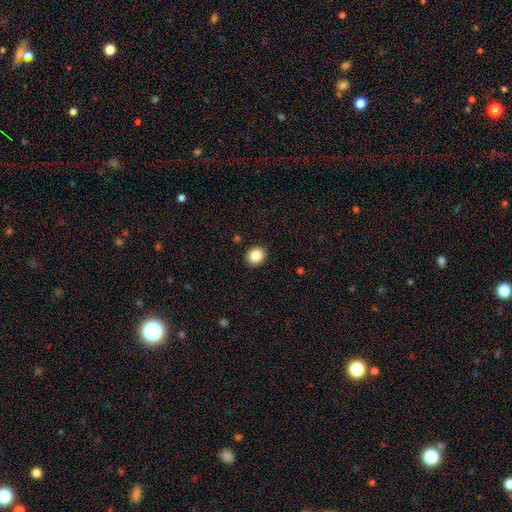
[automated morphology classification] Q: Smooth or featured?
A: smooth (86%); runner-up: star or artifact (9%)
Q: How rounded?
A: round (81%); runner-up: in between (18%)
Q: Merging?
A: none (92%); runner-up: minor disturbance (6%)